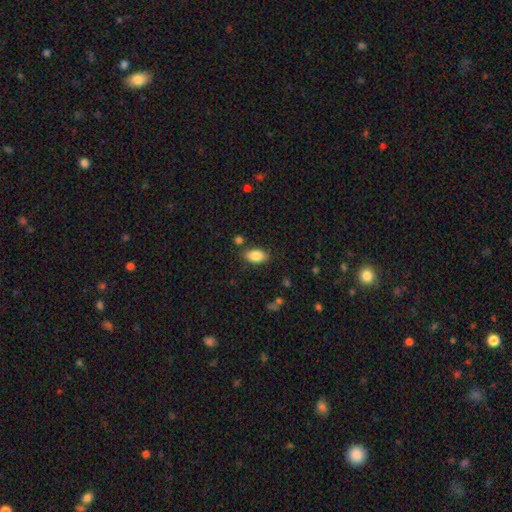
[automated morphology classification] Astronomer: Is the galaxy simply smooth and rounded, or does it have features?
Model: smooth — 87%.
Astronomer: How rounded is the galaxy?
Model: in between — 92%.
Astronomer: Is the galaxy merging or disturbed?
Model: none — 80%.